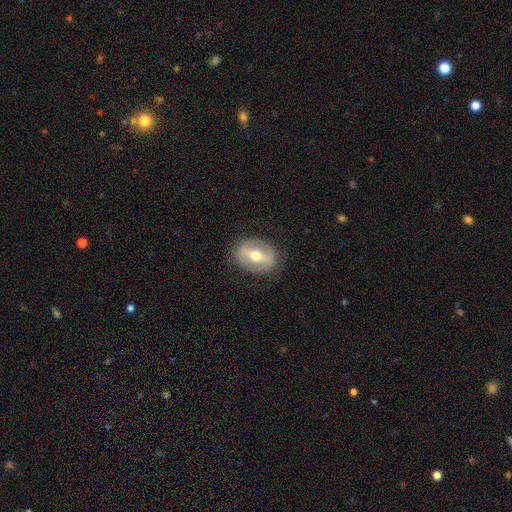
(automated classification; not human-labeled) Smooth or featured: featured or disk — 60% (smooth — 33%)
Edge-on disk: no — 88% (yes — 12%)
Bar: strong — 56% (weak — 28%)
Spiral arms: no — 74% (yes — 26%)
Bulge size: moderate — 74% (small — 16%)
Merging: none — 85% (minor disturbance — 10%)